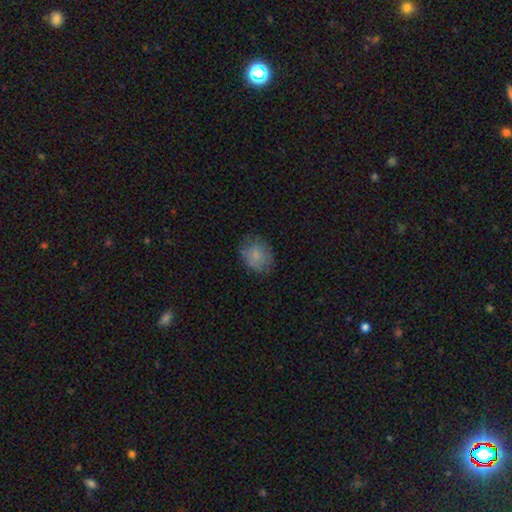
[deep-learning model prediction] Q: Smooth or featured?
A: smooth (78%); runner-up: featured or disk (14%)
Q: How rounded?
A: round (52%); runner-up: in between (47%)
Q: Merging?
A: none (72%); runner-up: minor disturbance (21%)